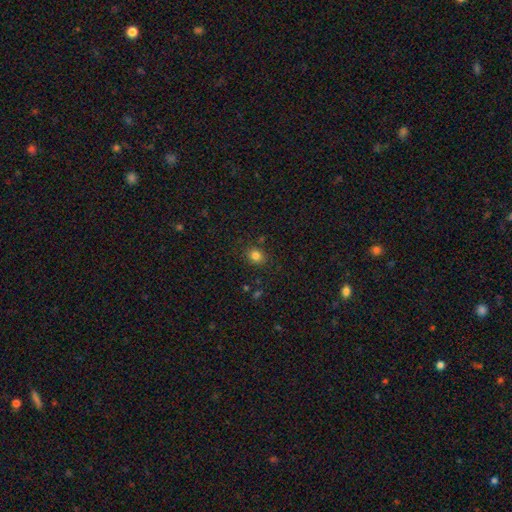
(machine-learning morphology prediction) Smooth or featured? Predicted: smooth (p=0.81). How rounded? Predicted: round (p=0.67). Merging? Predicted: none (p=0.84).